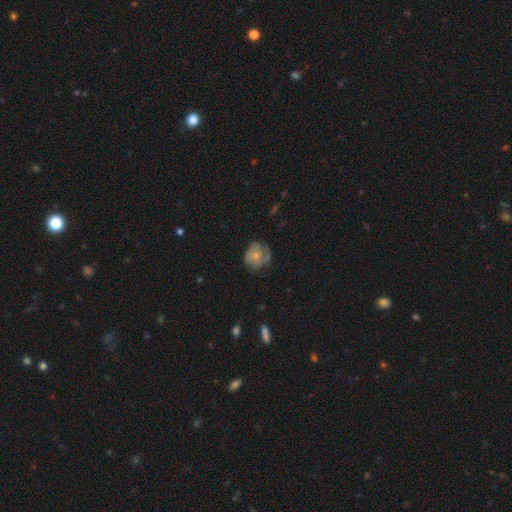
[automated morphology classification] featured or disk 59%, smooth 34%, star or artifact 7%. Down the decision tree: edge-on disk — no (98%); bar — no (79%); spiral arms — yes (83%); bulge size — small (50%); merging — none (60%).